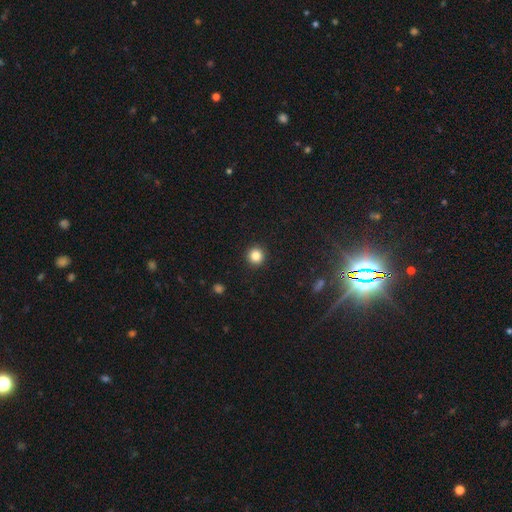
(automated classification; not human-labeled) The model was most divided on "smooth or featured": smooth: 84%, star or artifact: 11%, featured or disk: 5%. More confident: how rounded — round (95%); merging — none (93%).